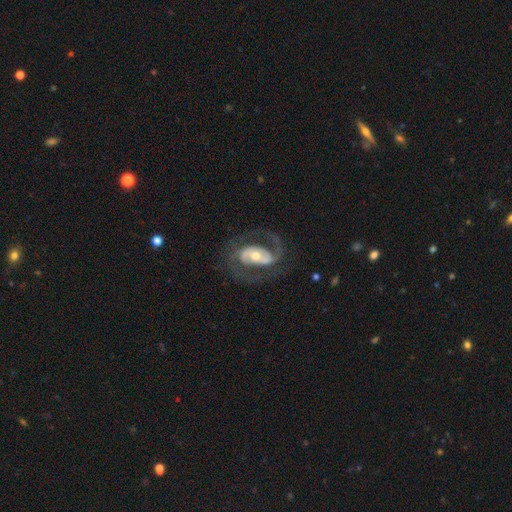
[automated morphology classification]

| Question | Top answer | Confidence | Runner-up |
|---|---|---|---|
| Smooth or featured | featured or disk | 86% | smooth (9%) |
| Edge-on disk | no | 96% | yes (4%) |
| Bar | no | 35% | tied: weak (35%) |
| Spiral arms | yes | 92% | no (8%) |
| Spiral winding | medium | 54% | loose (24%) |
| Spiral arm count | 2 | 86% | 1 (5%) |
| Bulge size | moderate | 62% | small (29%) |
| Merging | none | 70% | major disturbance (16%) |